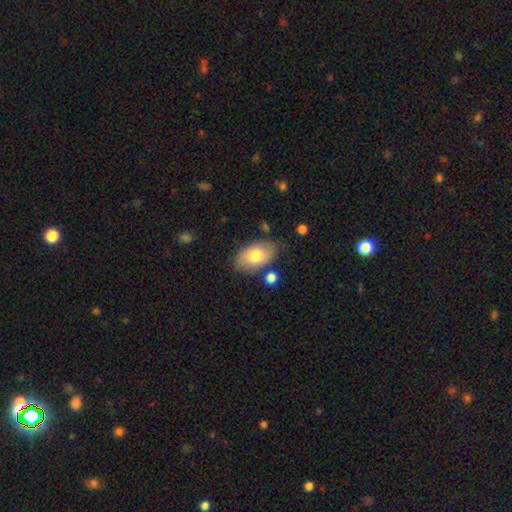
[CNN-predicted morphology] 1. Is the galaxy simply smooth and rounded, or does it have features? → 75% smooth, 19% featured or disk, 6% star or artifact.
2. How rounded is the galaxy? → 92% in between, 7% round, 1% cigar-shaped.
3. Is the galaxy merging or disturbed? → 76% none, 15% minor disturbance, 5% merger, 4% major disturbance.